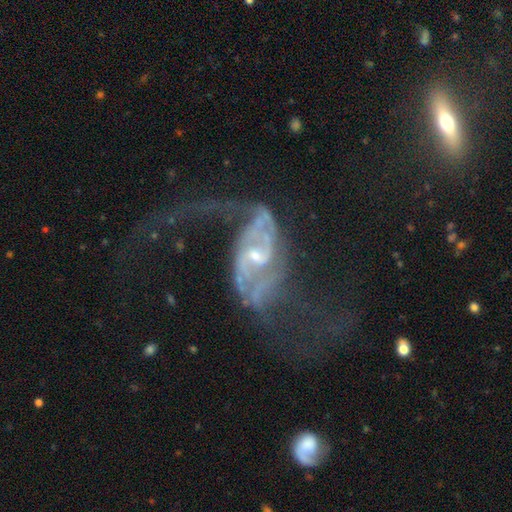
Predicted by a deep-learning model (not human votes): Smooth or featured? featured or disk (88%)
Edge-on disk? no (96%)
Bar? weak (43%)
Spiral arms? yes (93%)
Spiral winding? loose (66%)
Spiral arm count? 2 (84%)
Bulge size? small (57%)
Merging? major disturbance (44%)